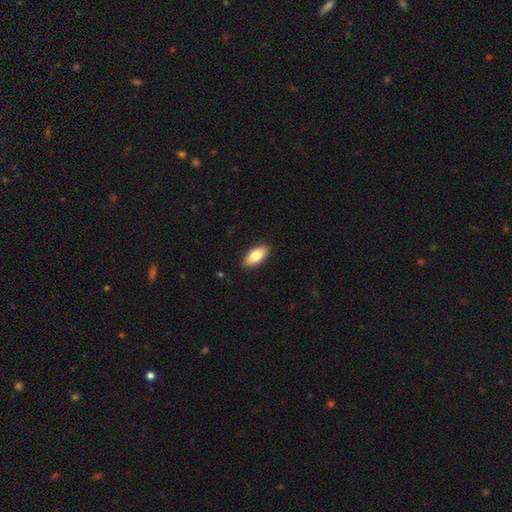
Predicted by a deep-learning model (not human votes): Overall: smooth (78%). How rounded: in between (91%). Merging: none (90%).